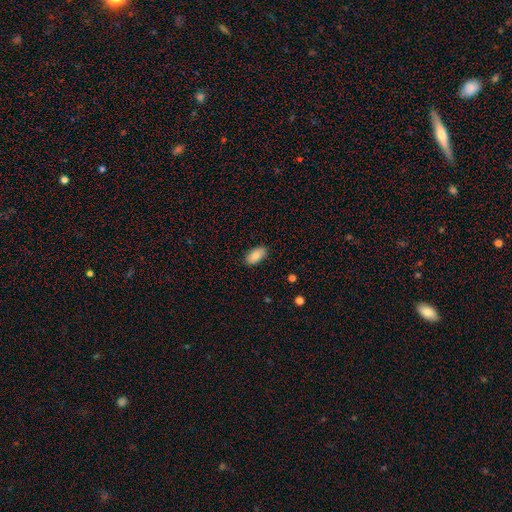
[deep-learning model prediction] smooth 84%, featured or disk 9%, star or artifact 7%. Down the decision tree: how rounded — in between (94%); merging — none (88%).